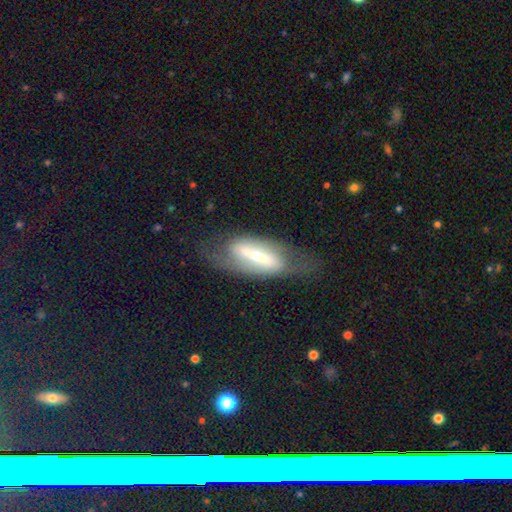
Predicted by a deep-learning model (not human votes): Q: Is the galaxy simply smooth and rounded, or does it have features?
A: featured or disk — 71%.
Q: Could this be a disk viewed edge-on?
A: no — 74%.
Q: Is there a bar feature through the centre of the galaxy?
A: strong — 71%.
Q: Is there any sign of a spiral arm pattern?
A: yes — 58%.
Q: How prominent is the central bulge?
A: small — 46%.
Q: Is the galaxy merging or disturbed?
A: none — 60%.